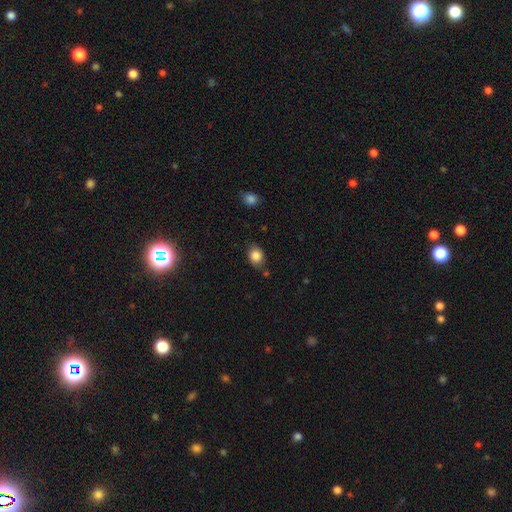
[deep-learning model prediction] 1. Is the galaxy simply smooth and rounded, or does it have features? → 85% smooth, 9% star or artifact, 5% featured or disk.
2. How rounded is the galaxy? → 51% in between, 48% round, 1% cigar-shaped.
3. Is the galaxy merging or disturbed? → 77% none, 16% minor disturbance, 4% merger, 3% major disturbance.